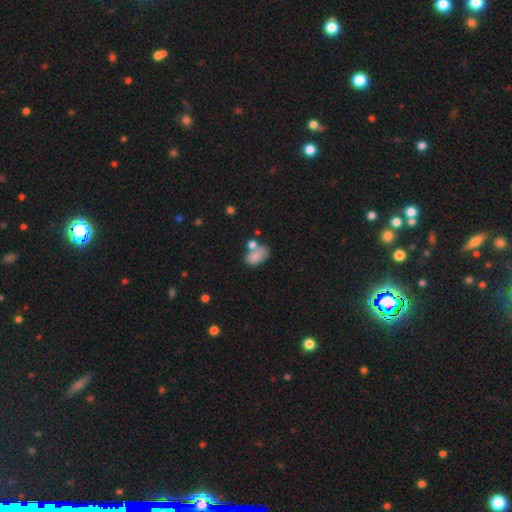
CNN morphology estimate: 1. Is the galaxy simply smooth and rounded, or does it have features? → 78% smooth, 12% featured or disk, 9% star or artifact.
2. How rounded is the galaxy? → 87% in between, 12% round, 1% cigar-shaped.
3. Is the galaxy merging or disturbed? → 38% none, 32% merger, 20% minor disturbance, 10% major disturbance.